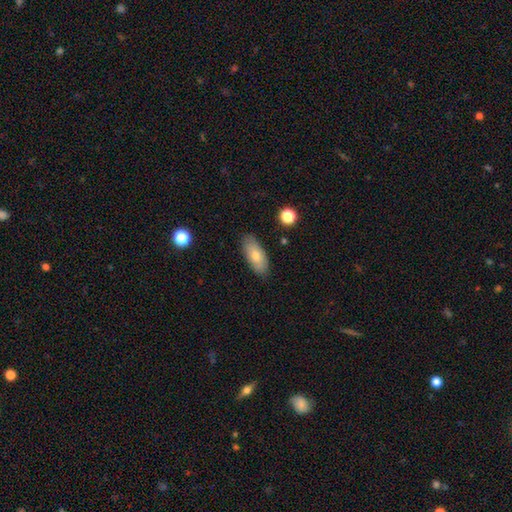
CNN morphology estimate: smooth_or_featured: smooth (p=0.73) [alt: featured or disk p=0.20]
how_rounded: in between (p=0.83) [alt: cigar-shaped p=0.14]
merging: none (p=0.87) [alt: minor disturbance p=0.10]